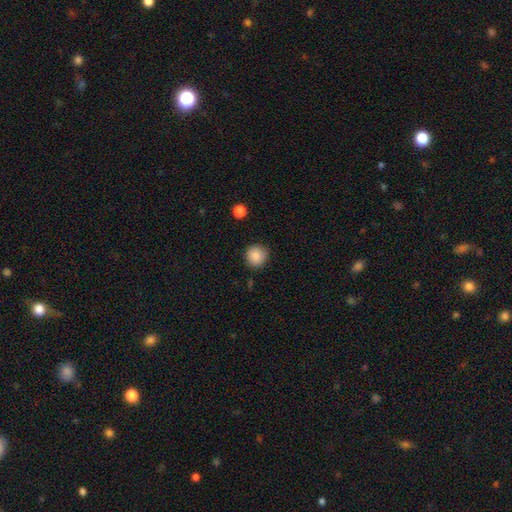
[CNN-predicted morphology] Smooth or featured? smooth (87%)
How rounded? round (93%)
Merging? none (88%)